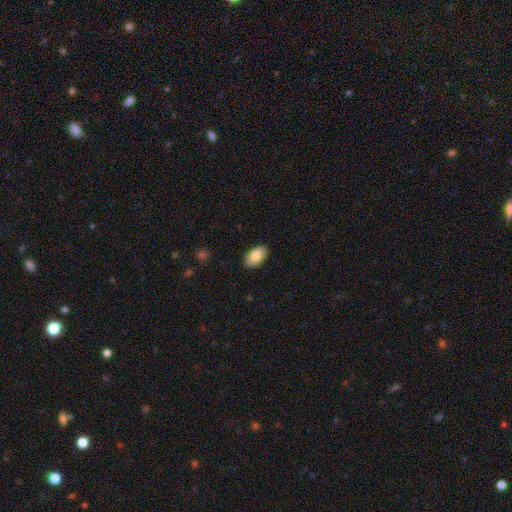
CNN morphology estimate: A smooth galaxy with no disk features (81%) that is in between round and cigar-shaped (94%).

Vote fractions:
- Smooth or featured? smooth: 81% / featured or disk: 13% / star or artifact: 6%
- How rounded? in between: 94% / round: 5% / cigar-shaped: 1%
- Merging? none: 89% / minor disturbance: 8% / major disturbance: 2% / merger: 1%